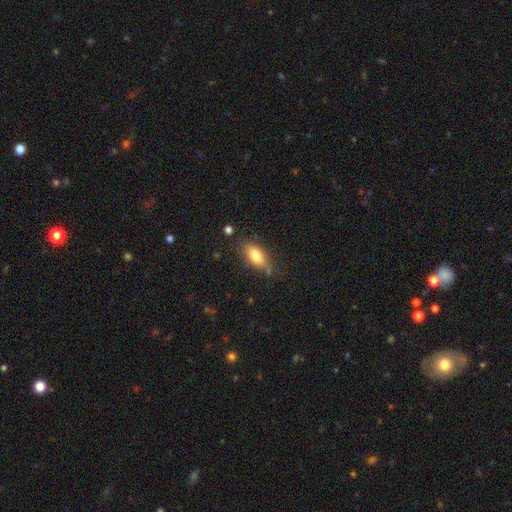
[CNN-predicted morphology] smooth 77%, featured or disk 15%, star or artifact 7%. Down the decision tree: how rounded — in between (83%); merging — none (68%).